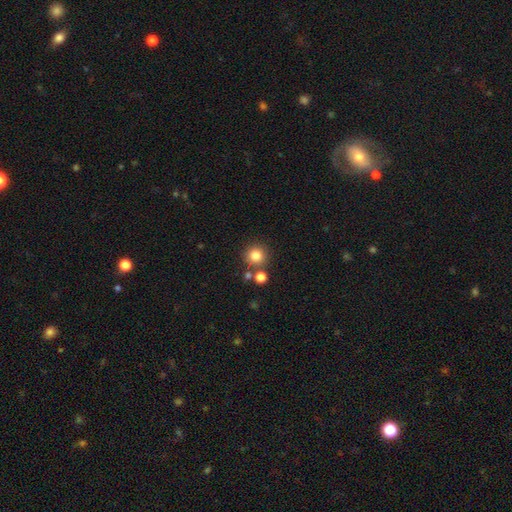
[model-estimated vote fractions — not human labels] The model was most divided on "merging": none: 78%, merger: 12%, minor disturbance: 8%, major disturbance: 3%. More confident: how rounded — round (94%); smooth or featured — smooth (81%).